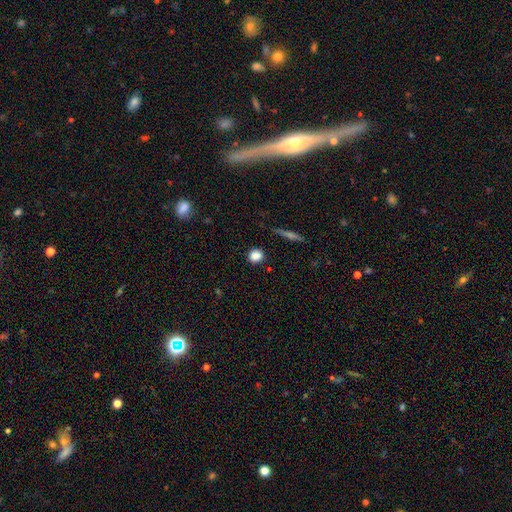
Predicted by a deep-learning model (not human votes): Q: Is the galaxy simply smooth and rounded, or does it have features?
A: smooth — 85%.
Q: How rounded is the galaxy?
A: round — 80%.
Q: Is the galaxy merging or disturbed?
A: none — 87%.